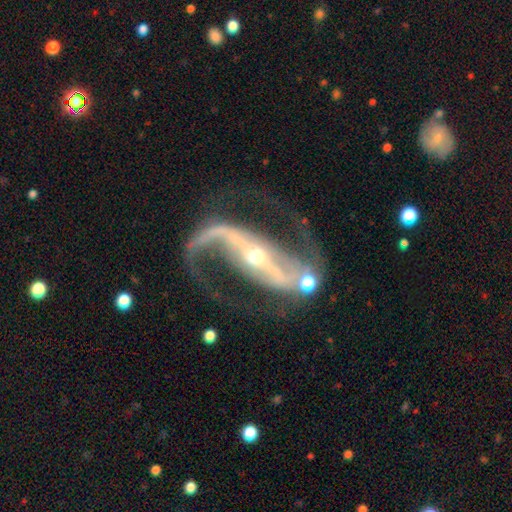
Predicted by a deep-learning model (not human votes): Overall: featured or disk (93%). Edge-on disk: no (94%). Bar: strong (74%). Spiral arms: yes (98%). Spiral arm count: 2 (92%). Spiral winding: medium (46%; loose 42%). Bulge size: small (58%; moderate 37%). Merging: none (68%).